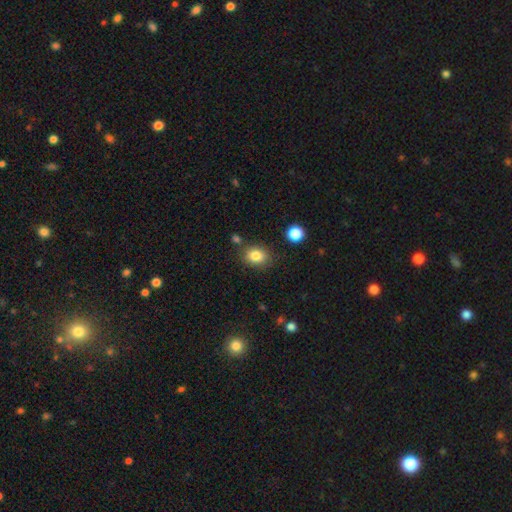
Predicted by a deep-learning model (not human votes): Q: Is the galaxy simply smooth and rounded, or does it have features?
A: smooth — 83%.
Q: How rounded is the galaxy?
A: in between — 50%.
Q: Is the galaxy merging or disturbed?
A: none — 80%.